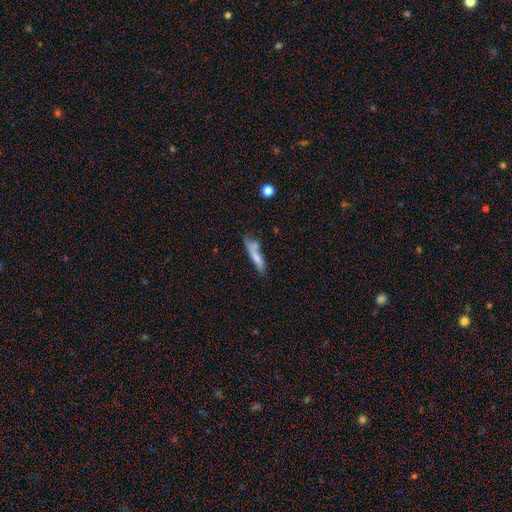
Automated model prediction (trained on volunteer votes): A smooth galaxy with no disk features (65%) that is cigar-shaped (81%). Merging: none (45%).